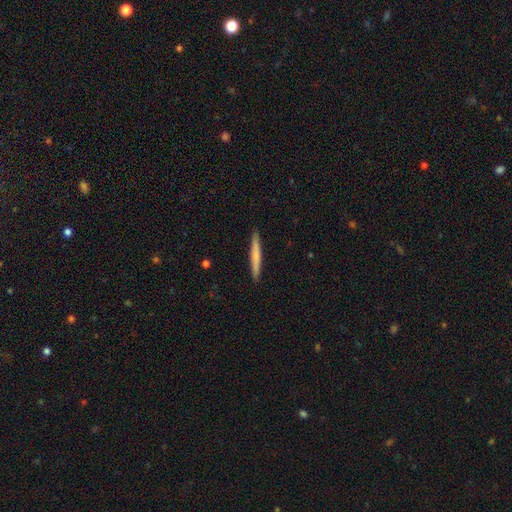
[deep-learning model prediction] Q: Smooth or featured?
A: smooth (62%); runner-up: featured or disk (33%)
Q: How rounded?
A: cigar-shaped (96%); runner-up: in between (2%)
Q: Merging?
A: none (92%); runner-up: minor disturbance (6%)